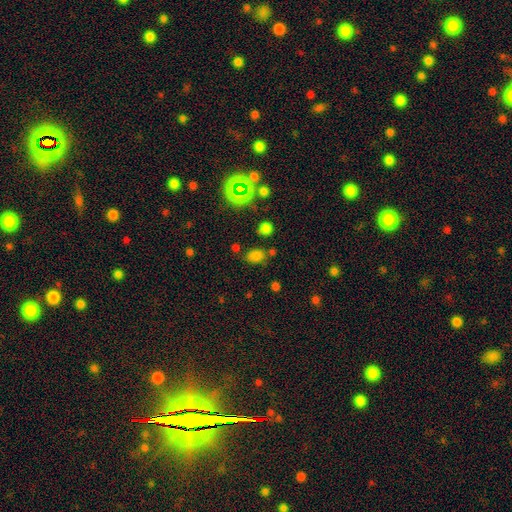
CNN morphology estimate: smooth-or-featured: smooth: 68% | star or artifact: 26% | featured or disk: 6%
  how-rounded: in between: 68% | round: 30% | cigar-shaped: 2%
  merging: none: 72% | minor disturbance: 15% | merger: 8% | major disturbance: 5%